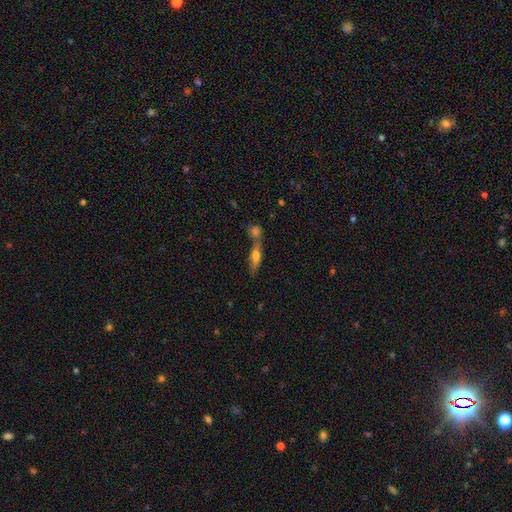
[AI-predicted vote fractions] Smooth or featured?
  - smooth: 62% *
  - featured or disk: 29%
  - star or artifact: 9%
How rounded?
  - cigar-shaped: 50% *
  - in between: 45%
  - round: 4%
Merging?
  - none: 43% *
  - merger: 41%
  - minor disturbance: 11%
  - major disturbance: 5%